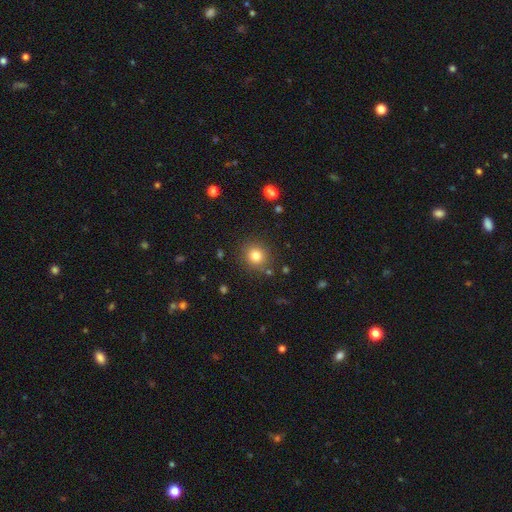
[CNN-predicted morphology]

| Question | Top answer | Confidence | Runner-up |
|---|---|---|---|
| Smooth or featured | smooth | 80% | star or artifact (13%) |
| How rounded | round | 89% | in between (10%) |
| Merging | none | 86% | minor disturbance (8%) |